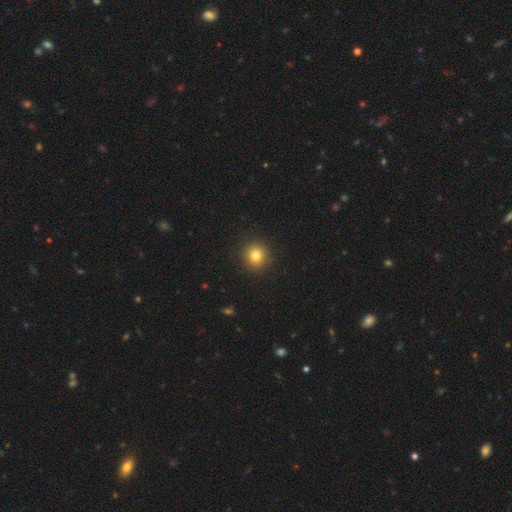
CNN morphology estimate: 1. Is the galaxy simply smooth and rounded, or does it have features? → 81% smooth, 12% star or artifact, 7% featured or disk.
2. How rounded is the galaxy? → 91% round, 8% in between, 1% cigar-shaped.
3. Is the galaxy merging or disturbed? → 92% none, 5% minor disturbance, 2% major disturbance, 1% merger.